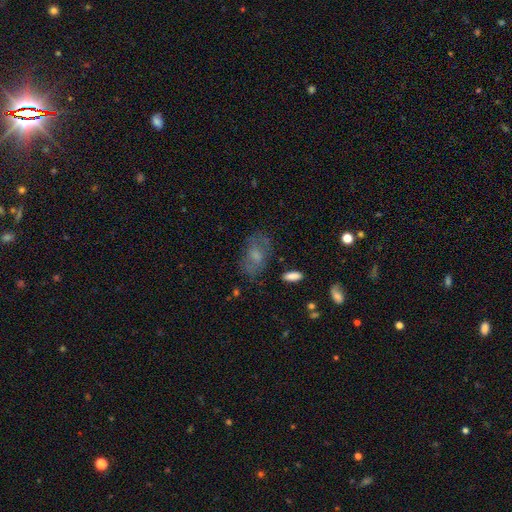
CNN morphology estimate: Smooth or featured?
  - smooth: 49% *
  - featured or disk: 40%
  - star or artifact: 12%
Merging?
  - none: 66% *
  - minor disturbance: 20%
  - major disturbance: 11%
  - merger: 3%